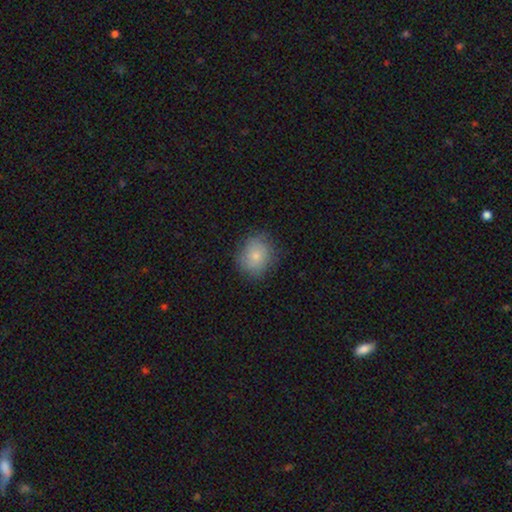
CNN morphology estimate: smooth 79%, featured or disk 12%, star or artifact 9%. Down the decision tree: how rounded — round (74%); merging — none (79%).